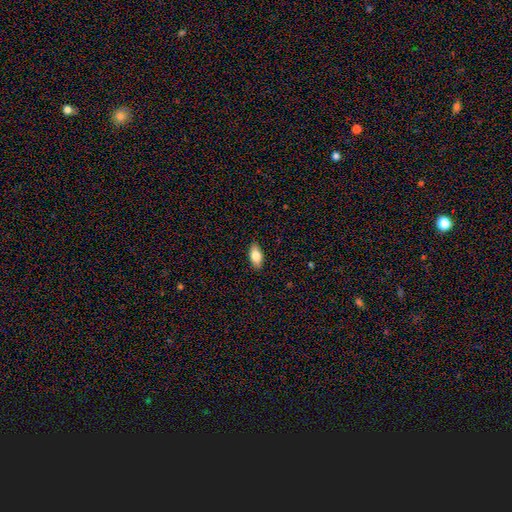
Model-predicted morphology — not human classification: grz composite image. It shows a smooth galaxy with no disk features (83%) that is in between round and cigar-shaped (91%). Merging: none (89%).